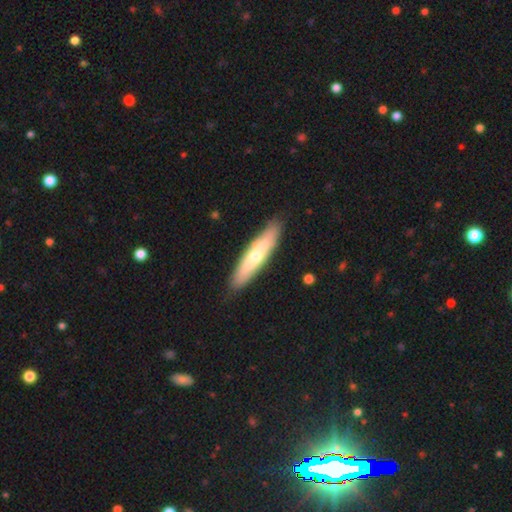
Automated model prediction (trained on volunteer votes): Smooth or featured? smooth (49%)
Merging? none (86%)